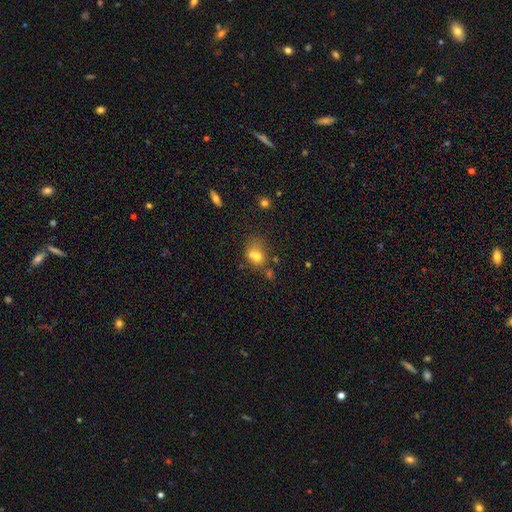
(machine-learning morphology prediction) Smooth or featured? smooth (66%)
How rounded? in between (52%)
Merging? merger (46%)